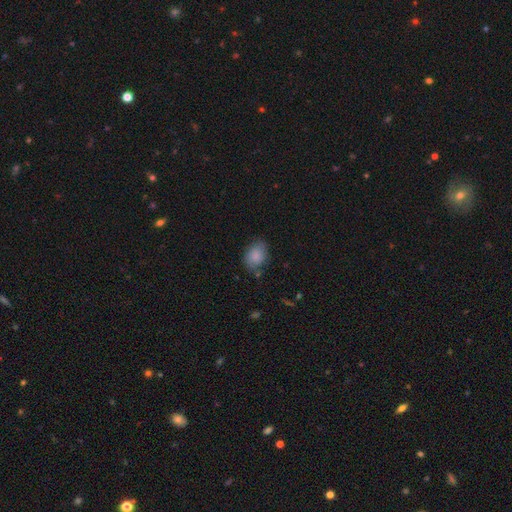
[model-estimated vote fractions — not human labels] This is clearly a smooth galaxy (84%). How rounded: likely in between (68%). Merging: likely none (68%).